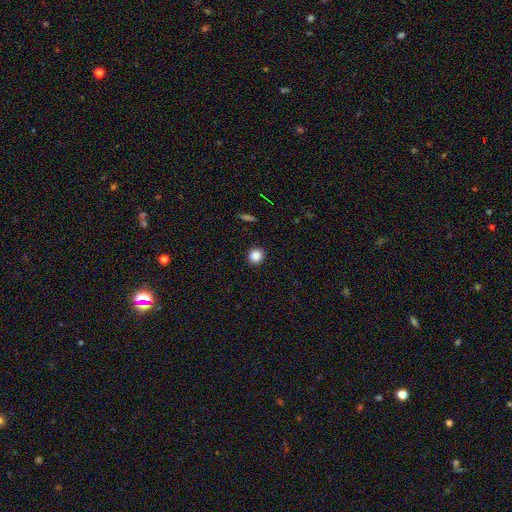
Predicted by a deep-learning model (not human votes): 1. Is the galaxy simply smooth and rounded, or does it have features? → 86% smooth, 10% star or artifact, 3% featured or disk.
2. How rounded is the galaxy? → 91% round, 8% in between, 1% cigar-shaped.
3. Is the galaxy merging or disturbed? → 92% none, 5% minor disturbance, 2% major disturbance, 1% merger.